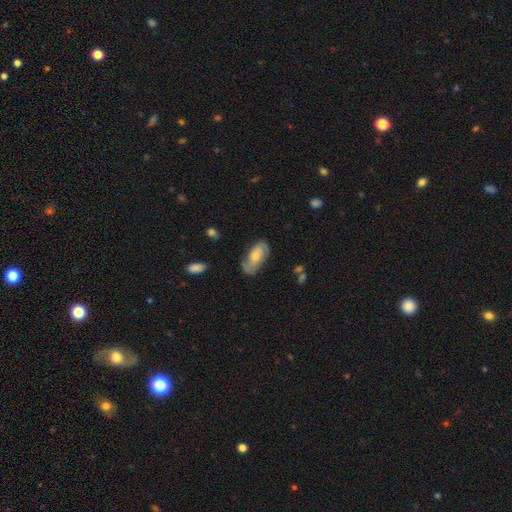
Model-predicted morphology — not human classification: Q: Smooth or featured?
A: featured or disk (57%); runner-up: smooth (37%)
Q: Edge-on disk?
A: no (93%); runner-up: yes (7%)
Q: Bar?
A: no (64%); runner-up: weak (30%)
Q: Spiral arms?
A: yes (85%); runner-up: no (15%)
Q: Bulge size?
A: moderate (42%); runner-up: small (33%)
Q: Merging?
A: none (70%); runner-up: minor disturbance (21%)